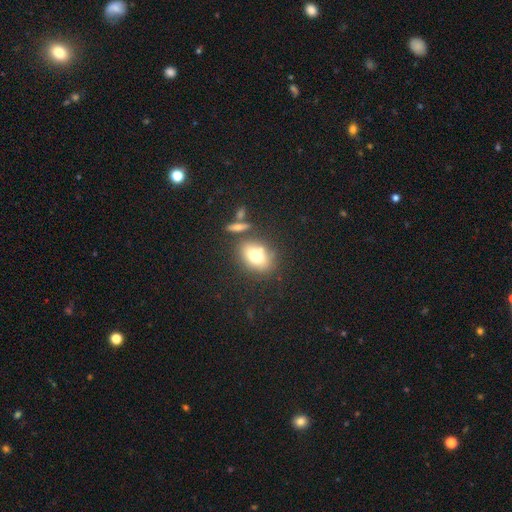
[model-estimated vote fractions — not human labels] This appears to be a smooth galaxy with no disk features (71%) that is in between round and cigar-shaped (65%). Merging: none (70%).